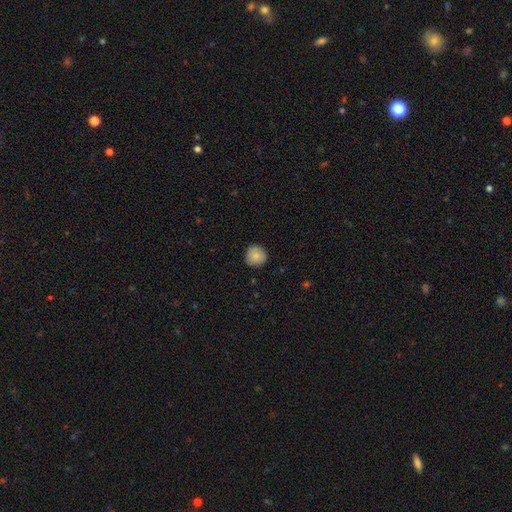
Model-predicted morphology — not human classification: The model was most divided on "smooth or featured": smooth: 82%, featured or disk: 10%, star or artifact: 8%. More confident: how rounded — round (94%); merging — none (86%).